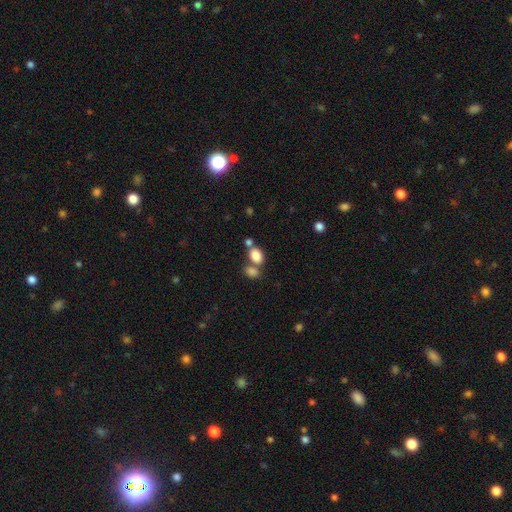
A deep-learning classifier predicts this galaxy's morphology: This appears to be a smooth galaxy with no disk features (83%) that is in between round and cigar-shaped (73%). Merging: none (45%).